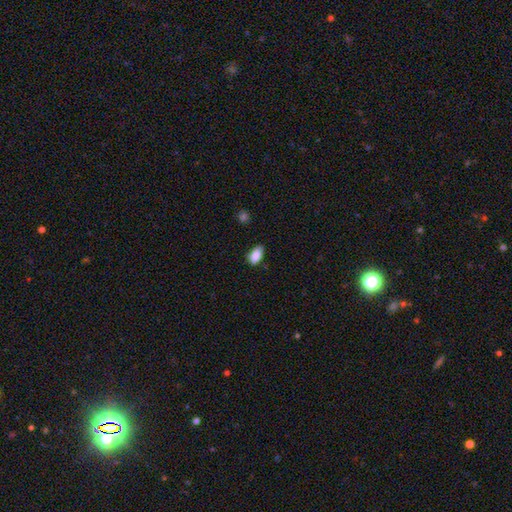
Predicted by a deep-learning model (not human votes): smooth 87%, star or artifact 8%, featured or disk 5%. Down the decision tree: how rounded — in between (92%); merging — none (75%).